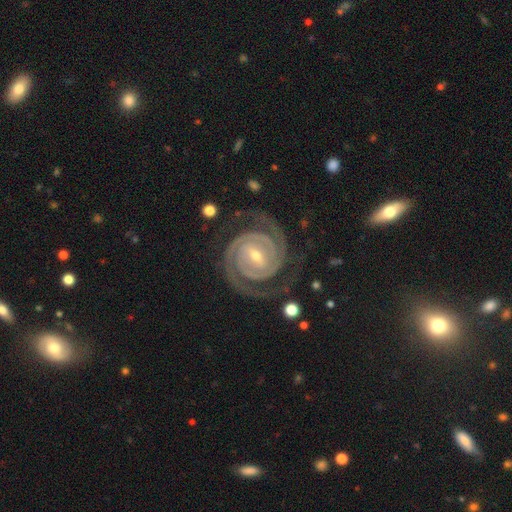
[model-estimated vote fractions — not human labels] Overall: featured or disk (94%). Edge-on disk: no (98%). Bar: strong (43%; weak 39%). Spiral arms: yes (99%). Spiral arm count: 2 (88%). Spiral winding: tight (83%). Bulge size: small (53%; moderate 44%). Merging: none (81%).